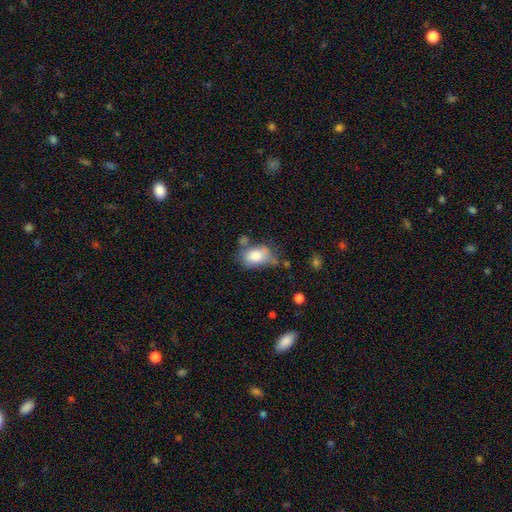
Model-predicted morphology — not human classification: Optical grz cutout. It shows a smooth galaxy with no disk features (79%) that is in between round and cigar-shaped (87%). Merging: none (42%).